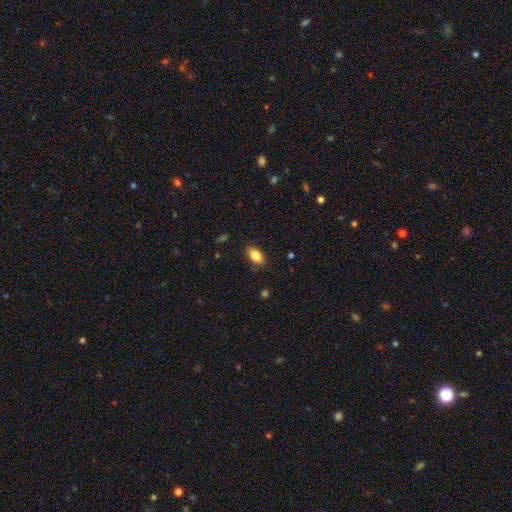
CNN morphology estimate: Smooth or featured? Predicted: smooth (p=0.84). How rounded? Predicted: in between (p=0.90). Merging? Predicted: none (p=0.85).